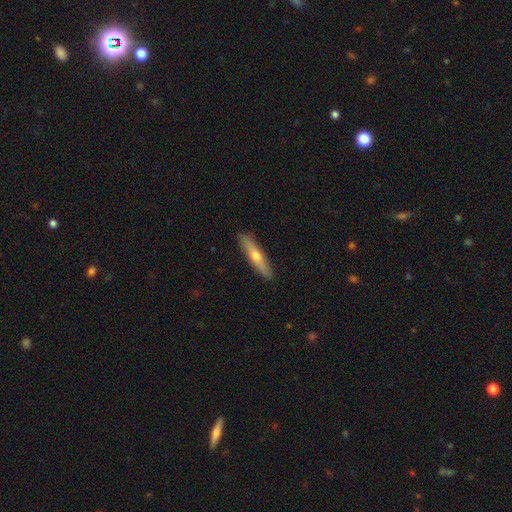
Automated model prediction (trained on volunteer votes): This appears to be a featured or disk galaxy (51%) viewed edge-on (90%). Merging: none (91%).